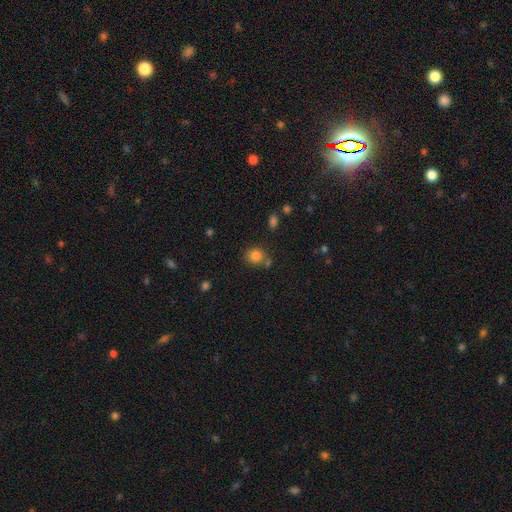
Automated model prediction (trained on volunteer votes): A smooth galaxy with no disk features (83%) that is round (77%).

Vote fractions:
- Smooth or featured? smooth: 83% / star or artifact: 11% / featured or disk: 6%
- How rounded? round: 77% / in between: 22% / cigar-shaped: 1%
- Merging? none: 70% / merger: 13% / minor disturbance: 13% / major disturbance: 4%